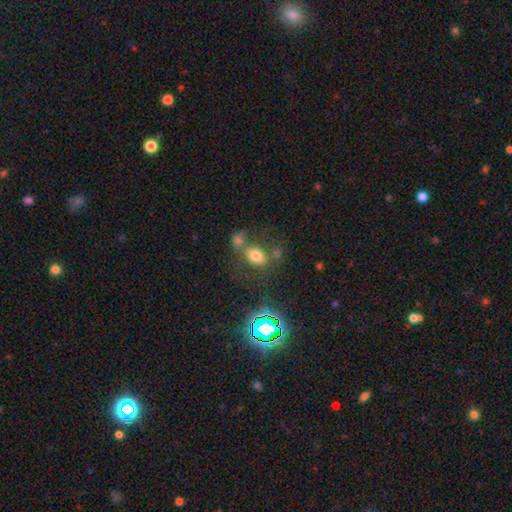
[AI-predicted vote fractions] Smooth or featured?
  - smooth: 65% *
  - star or artifact: 22%
  - featured or disk: 14%
How rounded?
  - in between: 71% *
  - round: 27%
  - cigar-shaped: 2%
Merging?
  - none: 45% *
  - merger: 34%
  - minor disturbance: 13%
  - major disturbance: 8%